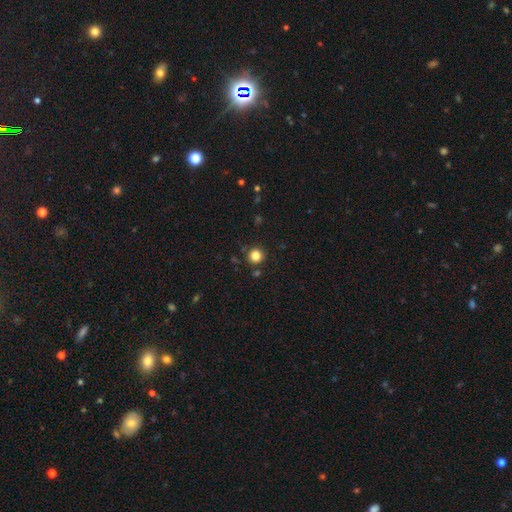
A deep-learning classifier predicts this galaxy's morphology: Q: Smooth or featured?
A: smooth (84%); runner-up: star or artifact (12%)
Q: How rounded?
A: round (95%); runner-up: in between (4%)
Q: Merging?
A: none (89%); runner-up: minor disturbance (6%)